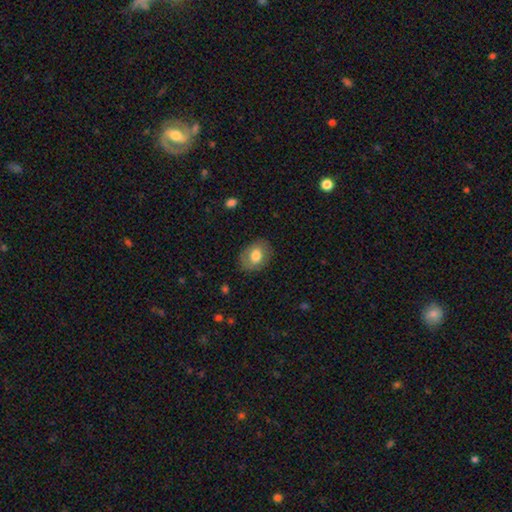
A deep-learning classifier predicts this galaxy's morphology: smooth_or_featured: smooth (p=0.72) [alt: featured or disk p=0.21]
how_rounded: in between (p=0.69) [alt: round p=0.30]
merging: none (p=0.82) [alt: minor disturbance p=0.13]